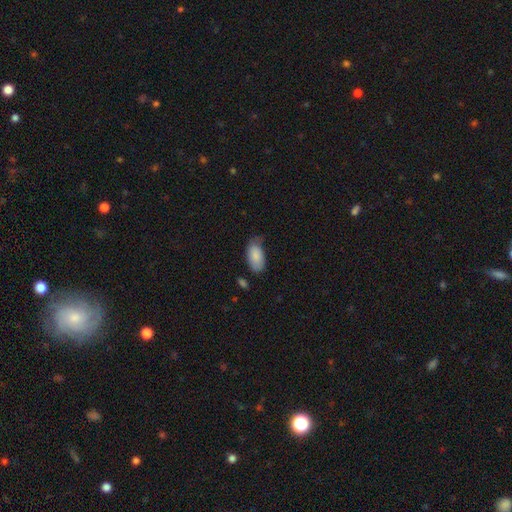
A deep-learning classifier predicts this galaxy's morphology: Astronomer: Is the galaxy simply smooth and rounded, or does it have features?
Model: smooth — 84%.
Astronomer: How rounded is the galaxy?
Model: in between — 95%.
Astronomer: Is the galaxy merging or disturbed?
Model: none — 50% (runner-up: minor disturbance, 37%).